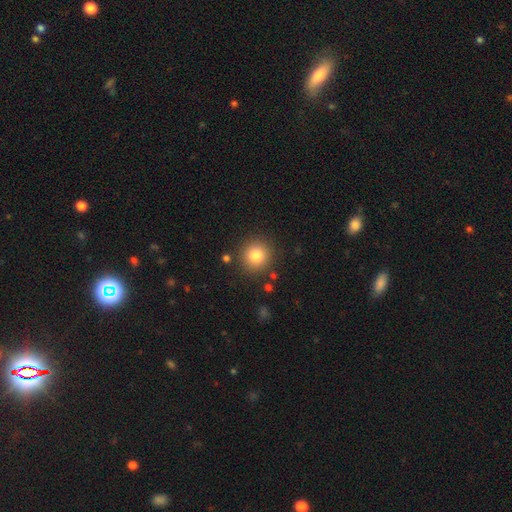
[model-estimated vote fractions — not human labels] smooth-or-featured: smooth: 81% | star or artifact: 11% | featured or disk: 7%
  how-rounded: round: 93% | in between: 6% | cigar-shaped: 1%
  merging: none: 88% | minor disturbance: 7% | major disturbance: 3% | merger: 3%